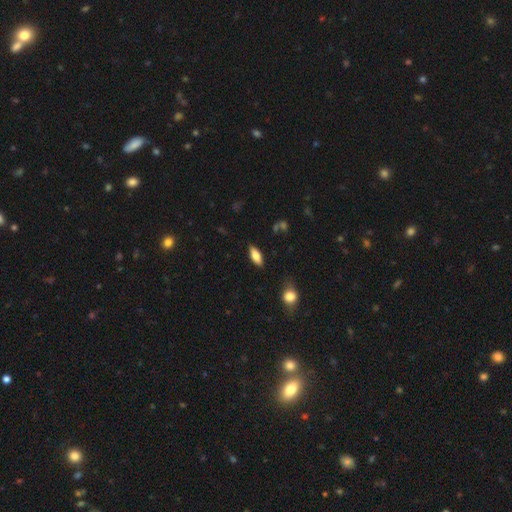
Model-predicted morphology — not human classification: smooth-or-featured: smooth: 72% | featured or disk: 20% | star or artifact: 7%
  how-rounded: in between: 79% | cigar-shaped: 18% | round: 3%
  merging: none: 85% | minor disturbance: 11% | major disturbance: 3% | merger: 2%